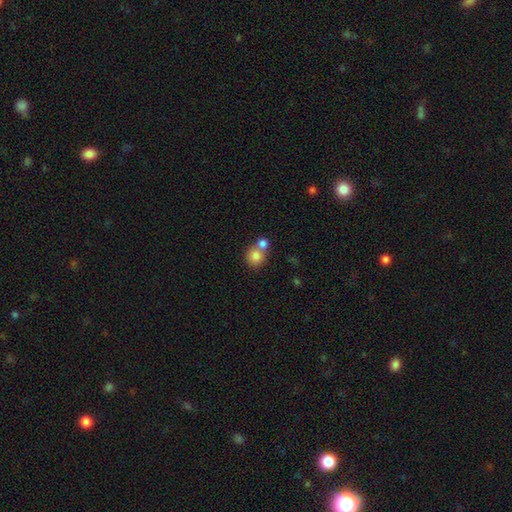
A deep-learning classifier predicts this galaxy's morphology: This is clearly a smooth galaxy (80%). How rounded: clearly round (89%). Merging: possibly none (48%).